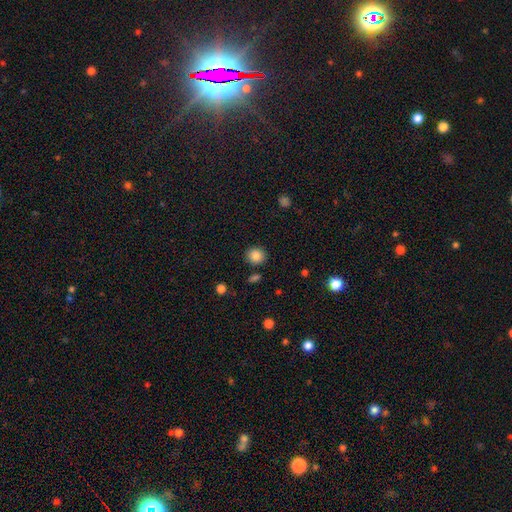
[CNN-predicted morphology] smooth 85%, star or artifact 10%, featured or disk 6%. Down the decision tree: how rounded — round (84%); merging — none (87%).